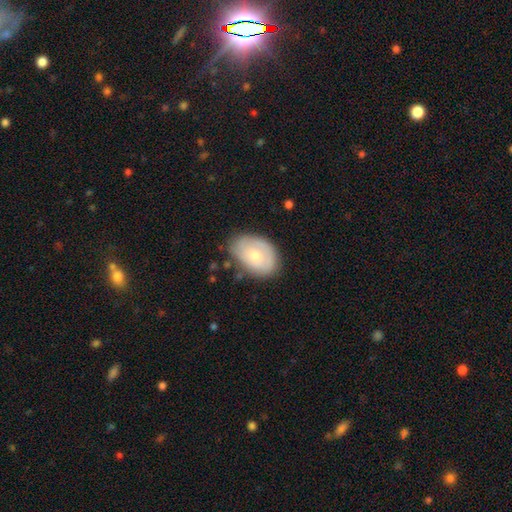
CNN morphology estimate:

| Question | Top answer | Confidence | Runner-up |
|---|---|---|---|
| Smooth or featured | smooth | 54% | featured or disk (40%) |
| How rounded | in between | 83% | round (16%) |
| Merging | none | 69% | minor disturbance (23%) |